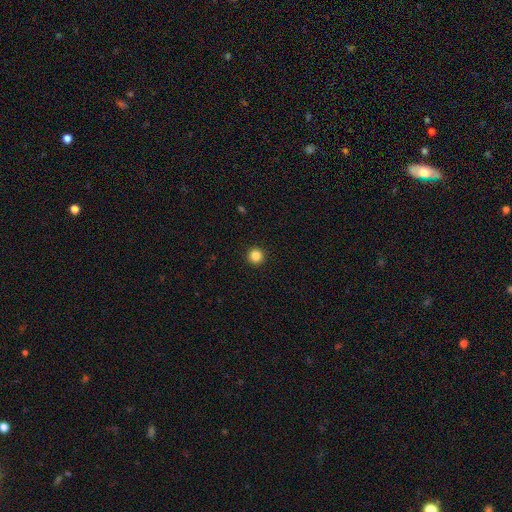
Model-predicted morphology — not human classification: A smooth galaxy with no disk features (85%) that is round (96%).

Vote fractions:
- Smooth or featured? smooth: 85% / star or artifact: 11% / featured or disk: 4%
- How rounded? round: 96% / in between: 3% / cigar-shaped: 1%
- Merging? none: 94% / minor disturbance: 4% / major disturbance: 1% / merger: 1%